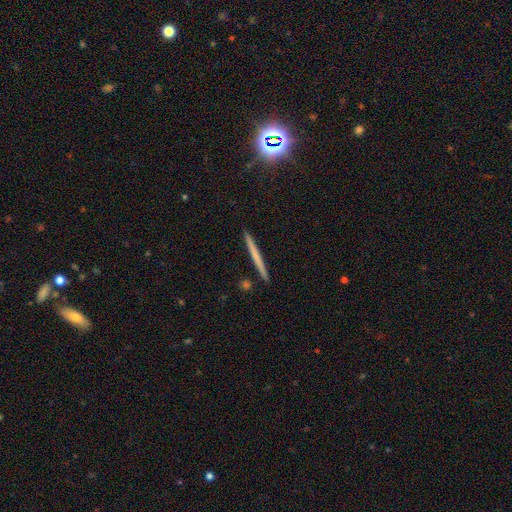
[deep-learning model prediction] Smooth or featured: smooth — 55% (featured or disk — 38%)
How rounded: cigar-shaped — 97% (in between — 2%)
Merging: none — 92% (minor disturbance — 5%)